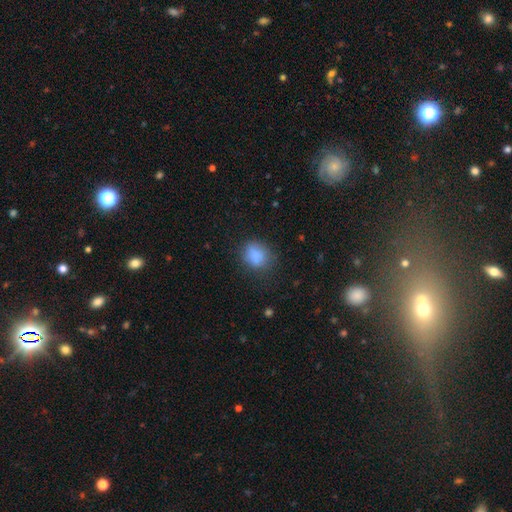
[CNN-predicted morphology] smooth 83%, star or artifact 10%, featured or disk 8%. Down the decision tree: how rounded — round (52%); merging — none (70%).